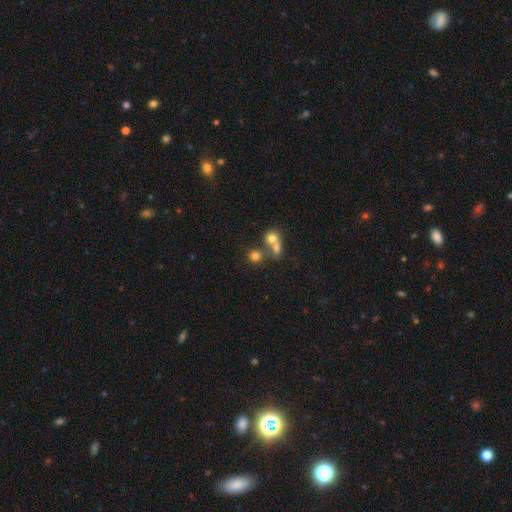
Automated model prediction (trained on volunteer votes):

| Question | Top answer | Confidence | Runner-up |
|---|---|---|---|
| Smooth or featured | smooth | 66% | star or artifact (21%) |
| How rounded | round | 83% | in between (15%) |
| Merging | none | 47% | merger (42%) |